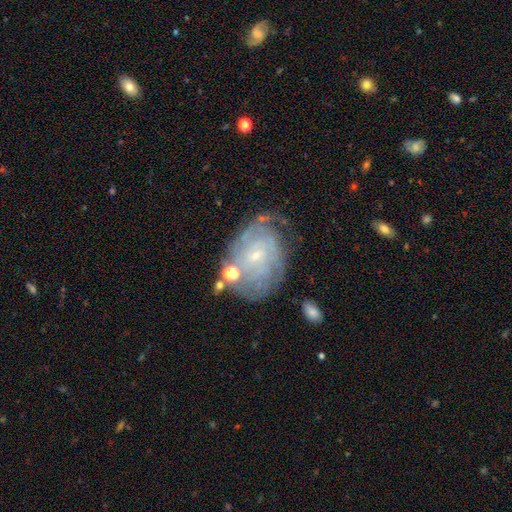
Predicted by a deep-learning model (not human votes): Smooth or featured? Predicted: featured or disk (p=0.81). Edge-on disk? Predicted: no (p=0.97). Bar? Predicted: no (p=0.69). Spiral arms? Predicted: yes (p=0.93). Spiral winding? Predicted: tight (p=0.70). Spiral arm count? Predicted: can't tell (p=0.45). Bulge size? Predicted: small (p=0.81). Merging? Predicted: none (p=0.58).